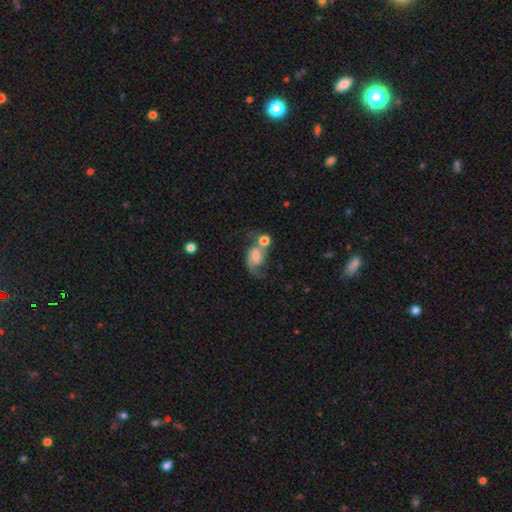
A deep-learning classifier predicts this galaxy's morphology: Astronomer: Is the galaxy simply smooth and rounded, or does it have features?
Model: featured or disk — 72%.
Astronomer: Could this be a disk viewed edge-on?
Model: no — 97%.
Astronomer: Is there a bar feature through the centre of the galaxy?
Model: no — 59%.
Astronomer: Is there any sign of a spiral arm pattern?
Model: yes — 91%.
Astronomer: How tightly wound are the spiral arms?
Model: loose — 53% (runner-up: medium, 36%).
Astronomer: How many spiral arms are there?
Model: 2 — 83%.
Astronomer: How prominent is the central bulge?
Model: moderate — 50% (runner-up: small, 36%).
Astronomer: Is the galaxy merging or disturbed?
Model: merger — 36% (runner-up: none, 35%).